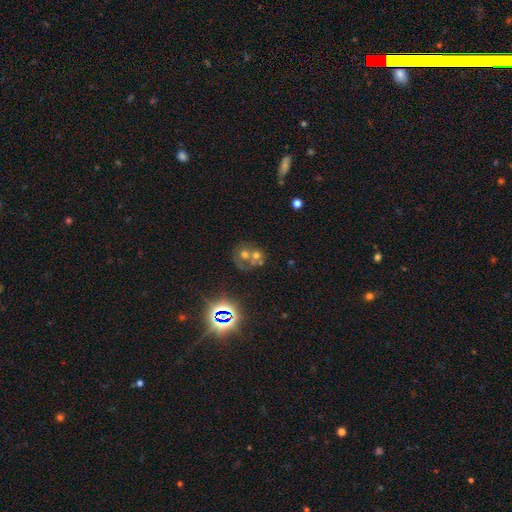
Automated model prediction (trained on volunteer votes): smooth-or-featured: smooth: 40% | featured or disk: 32% | star or artifact: 28%
  merging: merger: 50% | none: 34% | minor disturbance: 8% | major disturbance: 7%